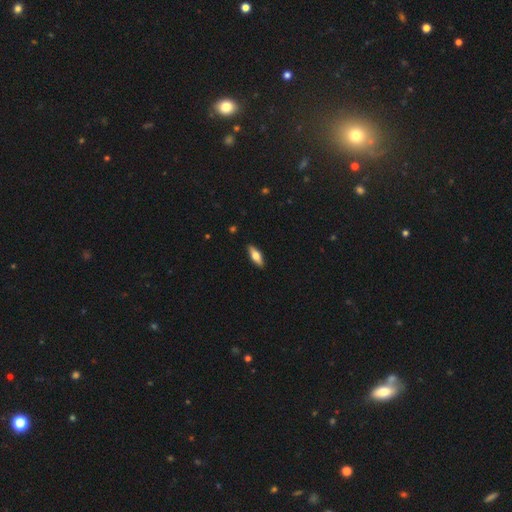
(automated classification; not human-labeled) This is possibly a smooth galaxy (57%). How rounded: possibly in between (60%). Merging: clearly none (89%).